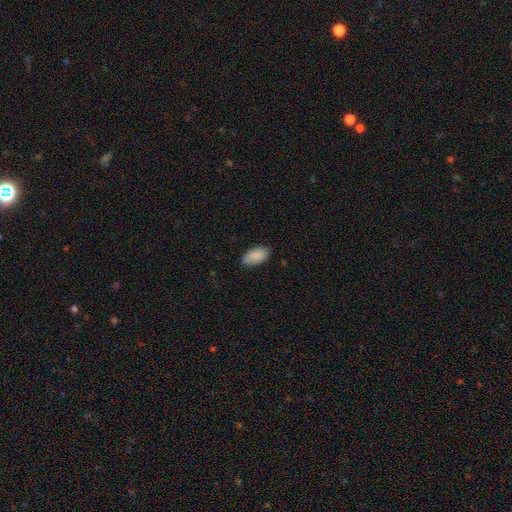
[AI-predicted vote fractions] smooth 88%, star or artifact 6%, featured or disk 6%. Down the decision tree: how rounded — in between (95%); merging — none (84%).